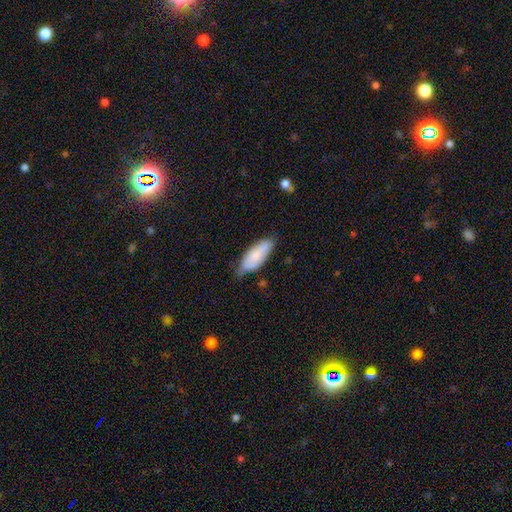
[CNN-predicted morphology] A smooth galaxy with no disk features (80%) that is in between round and cigar-shaped (72%).

Vote fractions:
- Smooth or featured? smooth: 80% / featured or disk: 14% / star or artifact: 6%
- How rounded? in between: 72% / cigar-shaped: 26% / round: 2%
- Merging? none: 64% / minor disturbance: 29% / major disturbance: 5% / merger: 2%